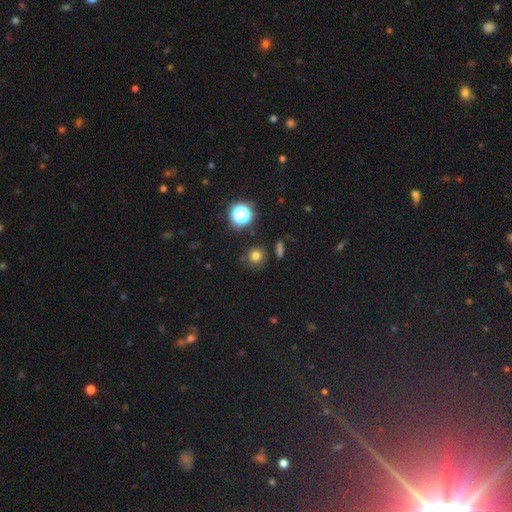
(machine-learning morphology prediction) Smooth or featured? Predicted: smooth (p=0.74). How rounded? Predicted: round (p=0.91). Merging? Predicted: none (p=0.82).